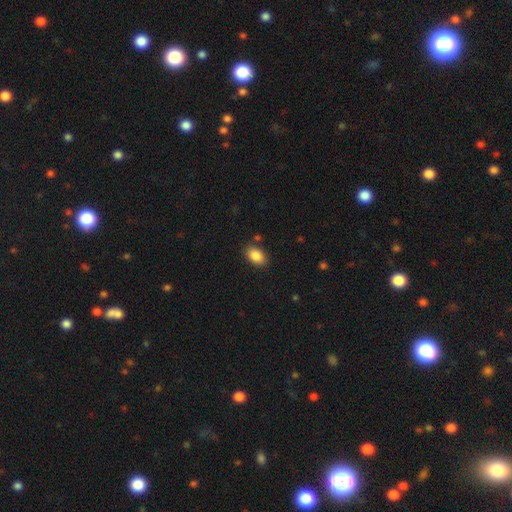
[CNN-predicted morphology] A smooth galaxy with no disk features (88%) that is in between round and cigar-shaped (90%). Merging: none (85%).